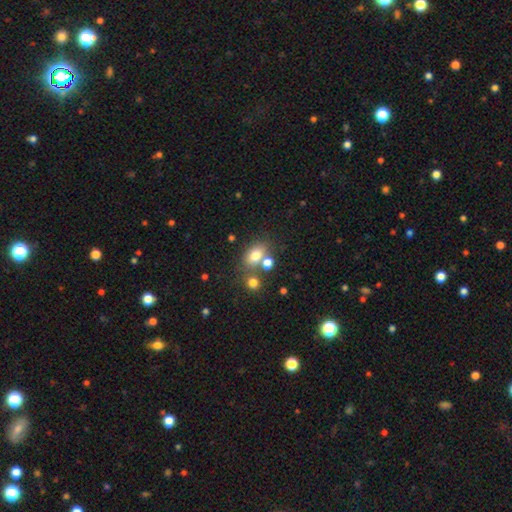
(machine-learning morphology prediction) smooth_or_featured: smooth (p=0.75) [alt: star or artifact p=0.13]
how_rounded: in between (p=0.69) [alt: round p=0.30]
merging: none (p=0.56) [alt: merger p=0.26]